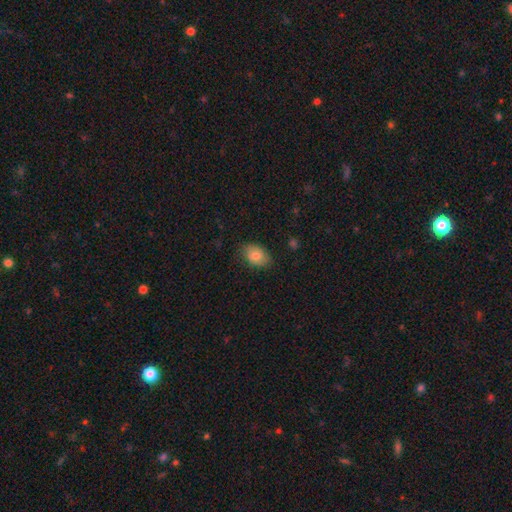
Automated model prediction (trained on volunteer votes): This is likely a smooth galaxy (80%). How rounded: clearly in between (84%). Merging: likely none (75%).